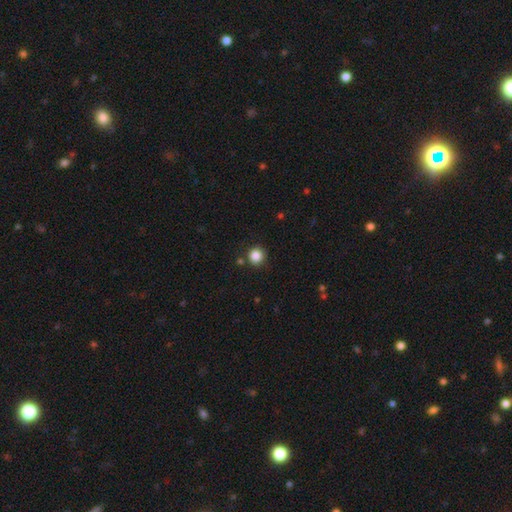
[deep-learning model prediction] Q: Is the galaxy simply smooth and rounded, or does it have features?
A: smooth — 85%.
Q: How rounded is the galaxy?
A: round — 92%.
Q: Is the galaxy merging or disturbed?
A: none — 87%.